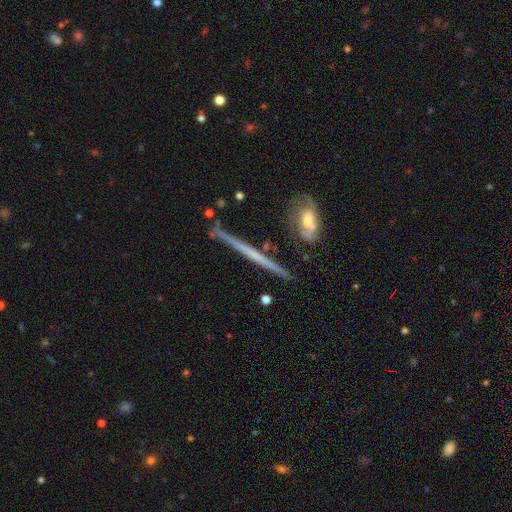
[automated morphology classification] The model was most divided on "smooth or featured": featured or disk: 62%, smooth: 32%, star or artifact: 6%. More confident: edge-on disk — yes (97%); edge-on bulge — none (84%); merging — none (82%).